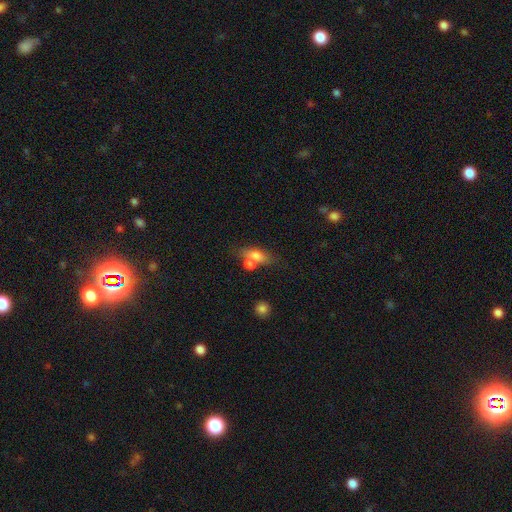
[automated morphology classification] Smooth or featured?
  - smooth: 71% *
  - featured or disk: 20%
  - star or artifact: 9%
How rounded?
  - in between: 72% *
  - cigar-shaped: 19%
  - round: 9%
Merging?
  - none: 42% *
  - merger: 38%
  - minor disturbance: 13%
  - major disturbance: 7%